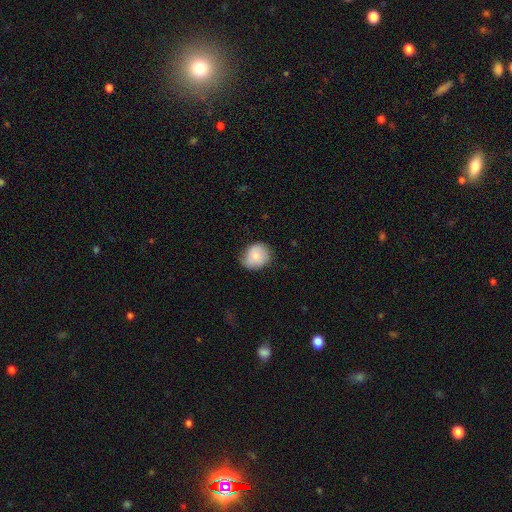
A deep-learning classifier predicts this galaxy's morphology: A smooth galaxy with no disk features (75%) that is round (69%).

Vote fractions:
- Smooth or featured? smooth: 75% / featured or disk: 18% / star or artifact: 8%
- How rounded? round: 69% / in between: 30% / cigar-shaped: 1%
- Merging? none: 65% / minor disturbance: 28% / major disturbance: 6% / merger: 1%